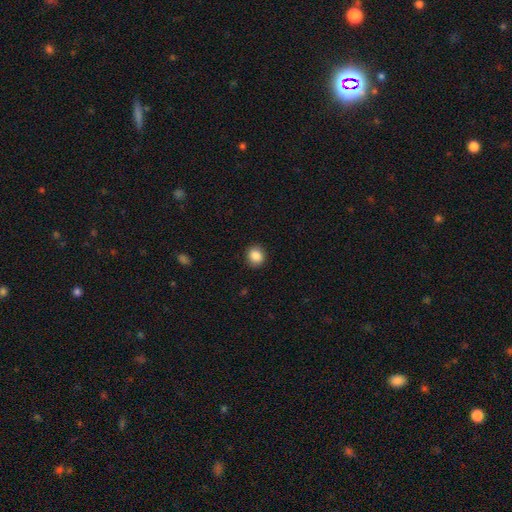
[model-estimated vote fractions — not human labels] Smooth or featured?
  - smooth: 87% *
  - star or artifact: 9%
  - featured or disk: 4%
How rounded?
  - round: 80% *
  - in between: 19%
  - cigar-shaped: 1%
Merging?
  - none: 90% *
  - minor disturbance: 7%
  - major disturbance: 2%
  - merger: 1%